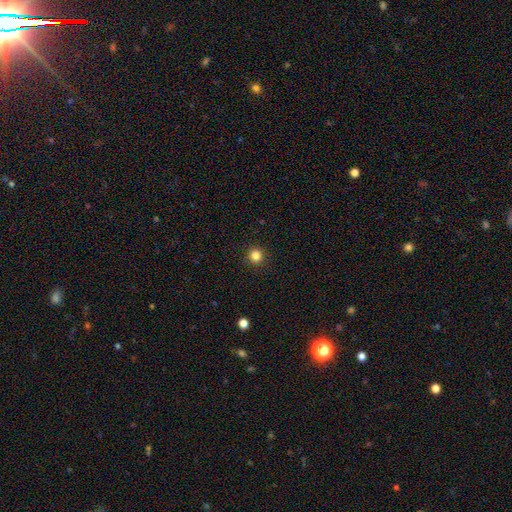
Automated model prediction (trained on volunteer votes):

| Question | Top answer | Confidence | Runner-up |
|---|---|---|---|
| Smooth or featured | smooth | 84% | star or artifact (12%) |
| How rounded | round | 95% | in between (4%) |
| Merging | none | 93% | minor disturbance (5%) |